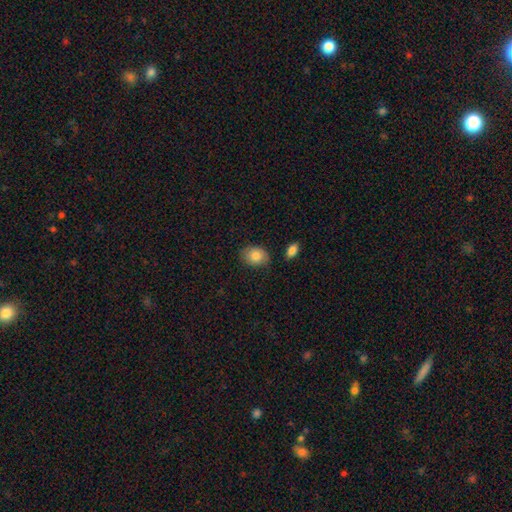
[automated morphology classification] smooth_or_featured: smooth (p=0.83) [alt: featured or disk p=0.09]
how_rounded: in between (p=0.69) [alt: round p=0.30]
merging: none (p=0.77) [alt: minor disturbance p=0.17]